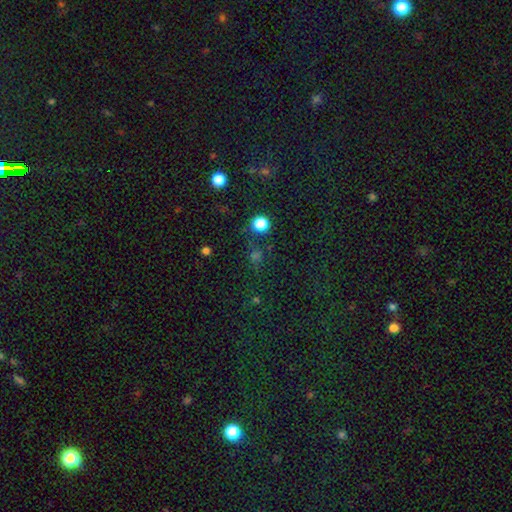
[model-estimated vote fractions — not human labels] Smooth or featured? Predicted: smooth (p=0.52). How rounded? Predicted: round (p=0.83). Merging? Predicted: none (p=0.74).